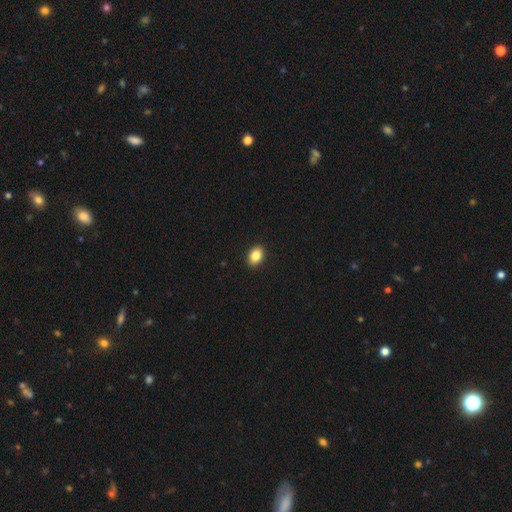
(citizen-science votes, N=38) smooth-or-featured: smooth: 95% | featured or disk: 3% | star or artifact: 3%
  how-rounded: in between: 83% | round: 17% | cigar-shaped: 0%
  merging: none: 89% | minor disturbance: 8% | major disturbance: 3% | merger: 0%